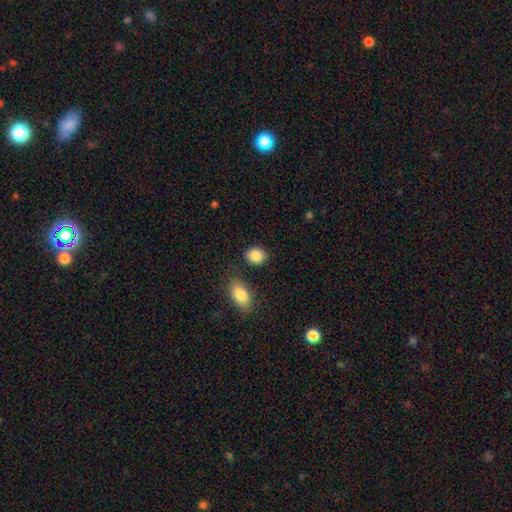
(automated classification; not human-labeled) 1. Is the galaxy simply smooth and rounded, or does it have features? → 88% smooth, 8% star or artifact, 5% featured or disk.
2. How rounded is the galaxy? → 56% round, 43% in between, 1% cigar-shaped.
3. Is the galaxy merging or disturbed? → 80% none, 11% minor disturbance, 5% merger, 3% major disturbance.